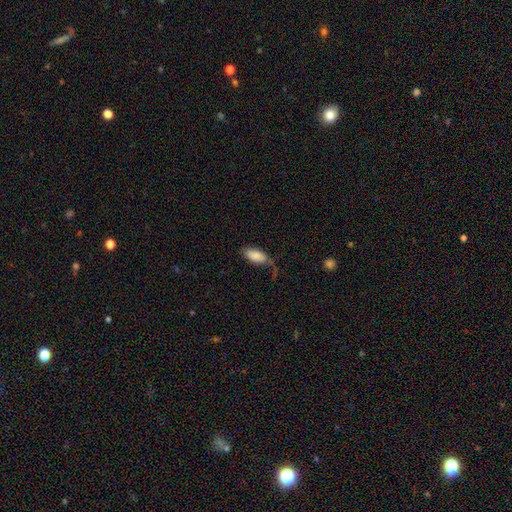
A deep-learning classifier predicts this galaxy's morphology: This appears to be a smooth galaxy with no disk features (84%) that is in between round and cigar-shaped (91%). Merging: none (50%).